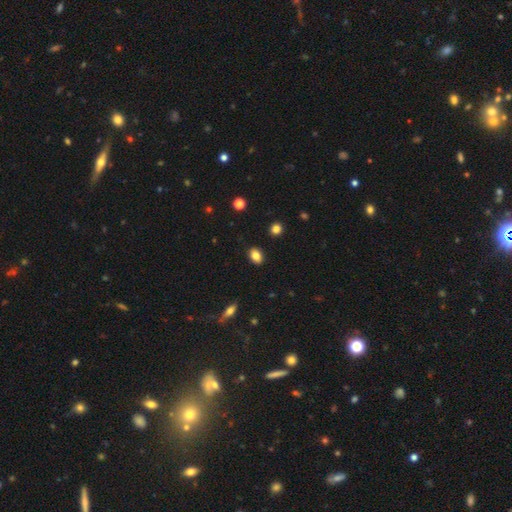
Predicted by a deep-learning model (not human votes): Morphology: type=smooth (83%); roundness=in between (77%); merging=none (89%).